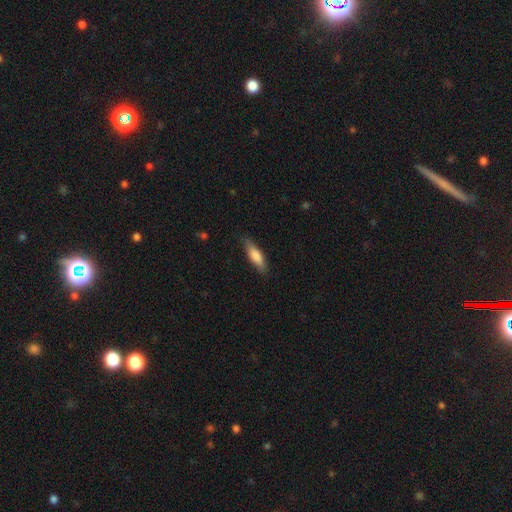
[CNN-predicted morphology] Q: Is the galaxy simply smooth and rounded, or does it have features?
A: smooth — 77%.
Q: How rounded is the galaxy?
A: cigar-shaped — 55%.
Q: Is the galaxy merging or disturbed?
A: none — 80%.